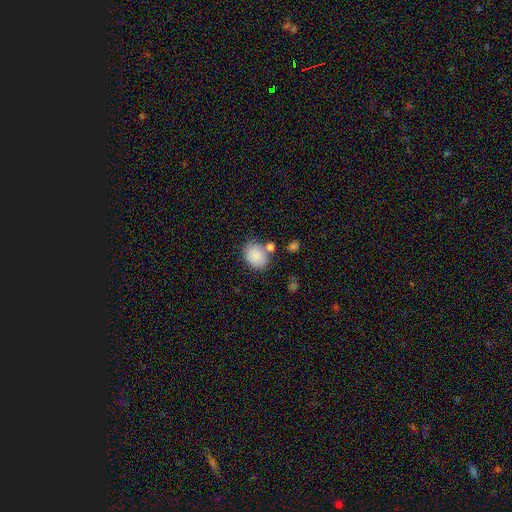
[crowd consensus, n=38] This is clearly a smooth galaxy (92%). How rounded: possibly round (51%). Merging: likely none (69%).